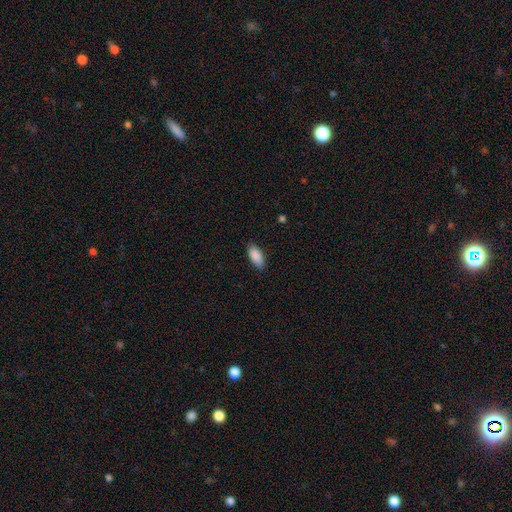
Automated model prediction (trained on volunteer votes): Overall: smooth (89%). How rounded: in between (90%). Merging: none (84%).